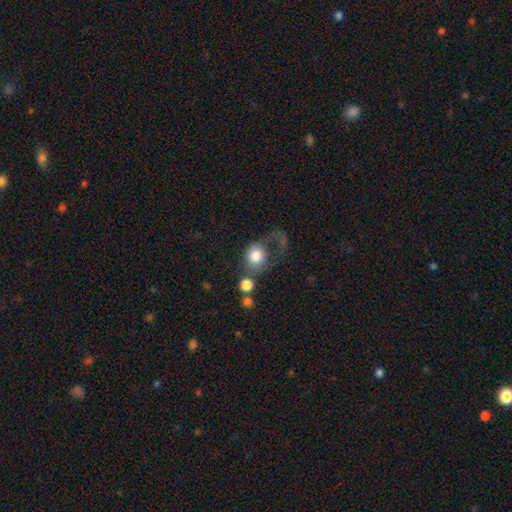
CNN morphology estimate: This is likely a smooth galaxy (76%). How rounded: likely round (71%). Merging: marginally major disturbance (36%).